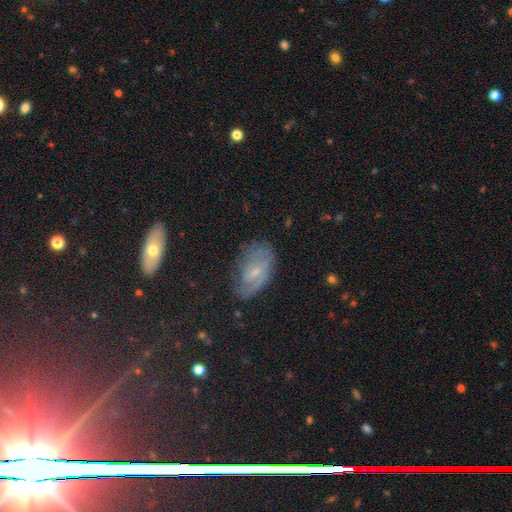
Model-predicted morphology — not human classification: Smooth or featured?
  - featured or disk: 64% *
  - smooth: 24%
  - star or artifact: 12%
Edge-on disk?
  - no: 95% *
  - yes: 5%
Bar?
  - weak: 53% *
  - no: 35%
  - strong: 12%
Spiral arms?
  - yes: 84% *
  - no: 16%
Spiral winding?
  - tight: 42% *
  - medium: 40%
  - loose: 19%
Spiral arm count?
  - 2: 44% *
  - can't tell: 34%
  - 1: 8%
  - 3: 8%
  - 4: 3%
  - more than 4: 3%
Bulge size?
  - small: 65% *
  - moderate: 25%
  - none: 7%
  - large: 1%
  - dominant: 1%
Merging?
  - none: 65% *
  - minor disturbance: 23%
  - major disturbance: 10%
  - merger: 2%